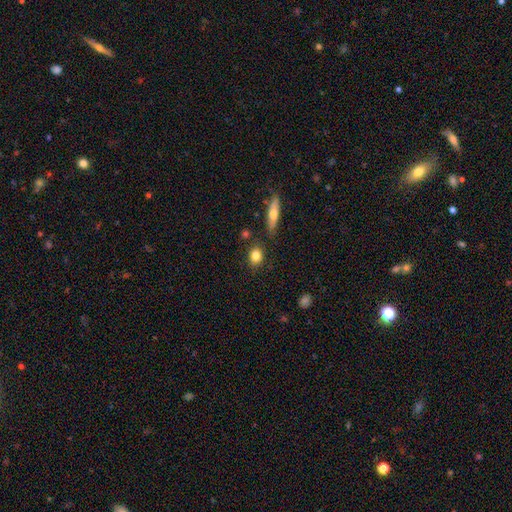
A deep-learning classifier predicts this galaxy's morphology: This is clearly a smooth galaxy (82%). How rounded: possibly round (51%). Merging: clearly none (81%).